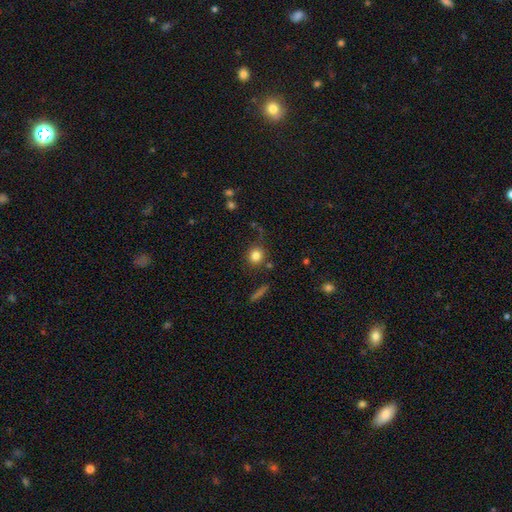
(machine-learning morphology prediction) smooth-or-featured: smooth: 82% | star or artifact: 11% | featured or disk: 7%
  how-rounded: round: 87% | in between: 11% | cigar-shaped: 1%
  merging: none: 78% | minor disturbance: 12% | merger: 5% | major disturbance: 5%